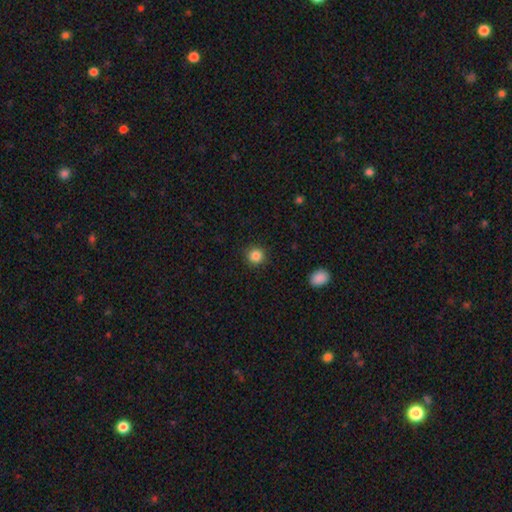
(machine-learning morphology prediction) This appears to be a smooth galaxy with no disk features (85%) that is round (94%). Merging: none (92%).